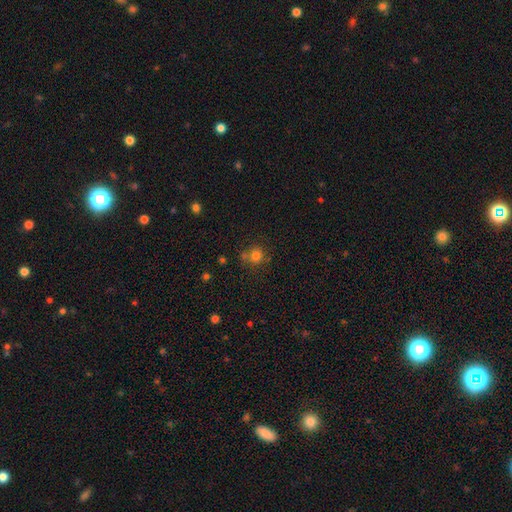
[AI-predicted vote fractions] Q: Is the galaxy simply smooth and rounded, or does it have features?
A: smooth — 78%.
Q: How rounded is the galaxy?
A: round — 89%.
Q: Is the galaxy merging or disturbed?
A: none — 65%.